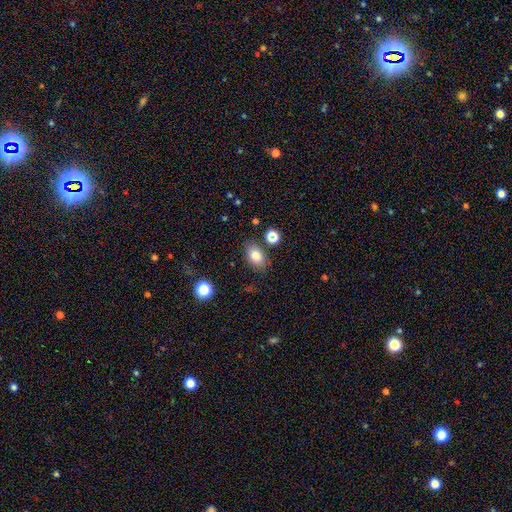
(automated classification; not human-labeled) Overall: smooth (81%). How rounded: in between (83%). Merging: none (79%).